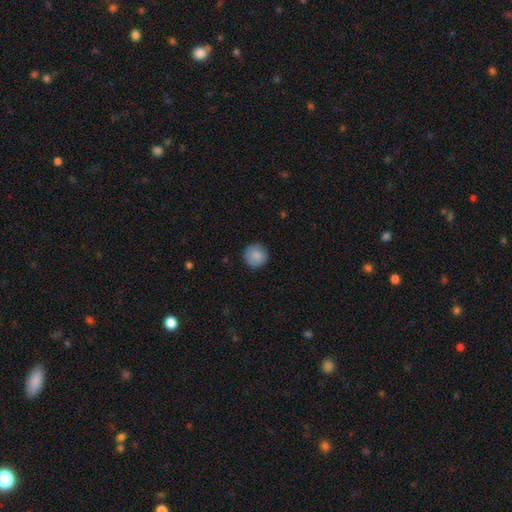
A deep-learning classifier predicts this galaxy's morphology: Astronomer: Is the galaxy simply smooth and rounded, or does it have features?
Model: smooth — 87%.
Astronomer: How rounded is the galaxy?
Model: round — 95%.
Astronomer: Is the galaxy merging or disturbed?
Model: none — 90%.